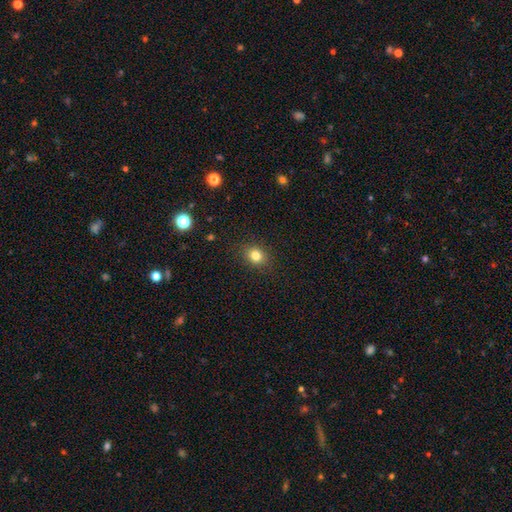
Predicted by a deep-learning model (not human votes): This is clearly a smooth galaxy (81%). How rounded: likely round (65%). Merging: clearly none (88%).